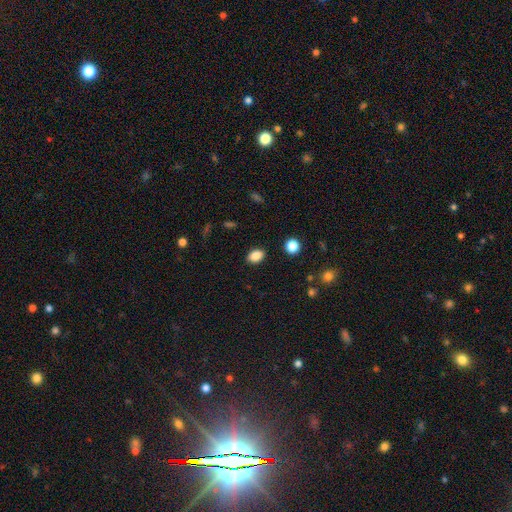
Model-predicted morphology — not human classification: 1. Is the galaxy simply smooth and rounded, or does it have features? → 86% smooth, 9% star or artifact, 4% featured or disk.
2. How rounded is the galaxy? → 80% in between, 18% round, 1% cigar-shaped.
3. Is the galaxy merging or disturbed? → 89% none, 8% minor disturbance, 2% major disturbance, 1% merger.